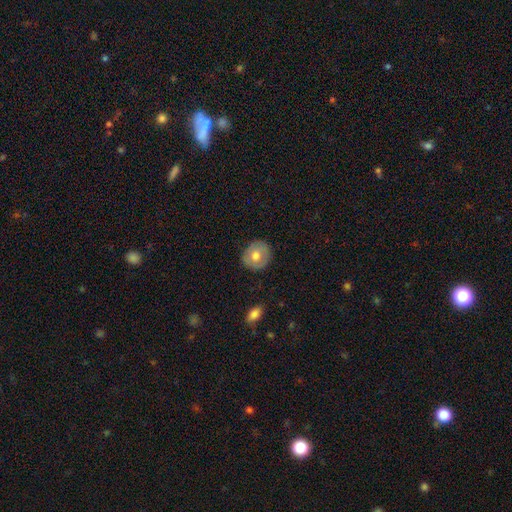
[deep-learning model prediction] This appears to be a smooth galaxy with no disk features (67%) that is round (79%). Merging: none (85%).